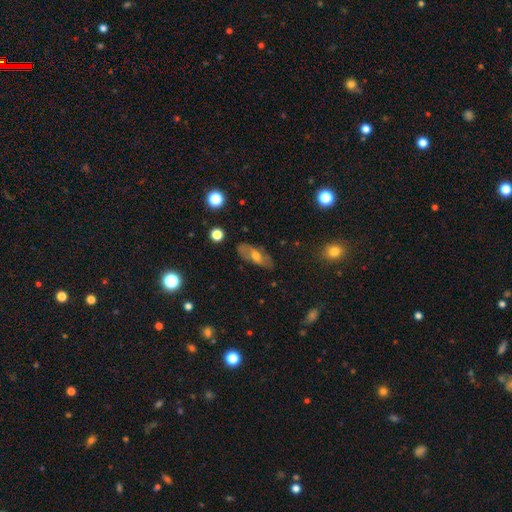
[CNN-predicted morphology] featured or disk 48%, smooth 43%, star or artifact 9%. Down the decision tree: merging — none (78%).